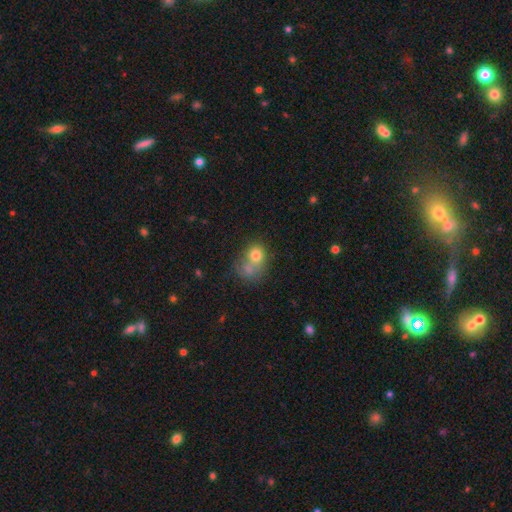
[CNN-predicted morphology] Smooth or featured: smooth — 74% (featured or disk — 16%)
How rounded: round — 59% (in between — 40%)
Merging: merger — 53% (none — 26%)